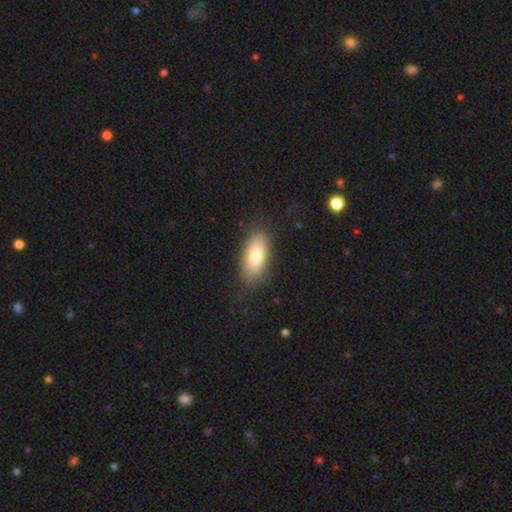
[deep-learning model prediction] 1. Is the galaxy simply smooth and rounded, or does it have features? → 77% smooth, 16% featured or disk, 7% star or artifact.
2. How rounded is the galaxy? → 85% in between, 12% cigar-shaped, 3% round.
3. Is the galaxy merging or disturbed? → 84% none, 12% minor disturbance, 3% major disturbance, 1% merger.